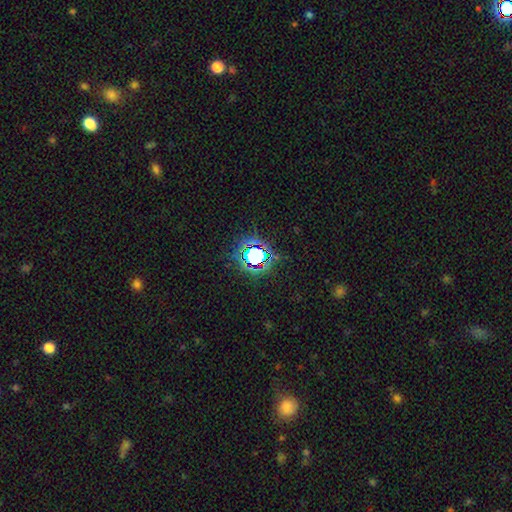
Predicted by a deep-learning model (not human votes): Smooth or featured? star or artifact (67%)